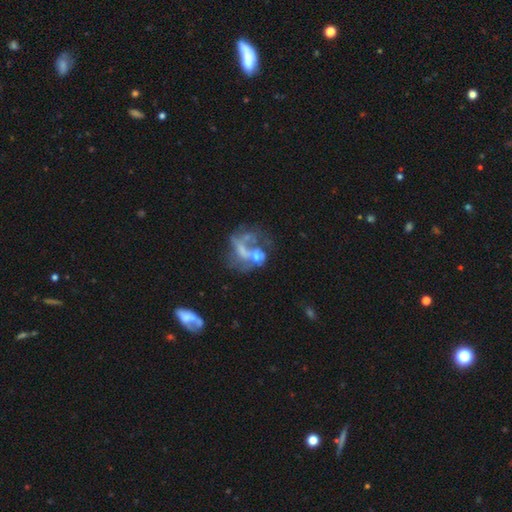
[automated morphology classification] This appears to be a featured or disk galaxy (66%) with no bar (77%), no spiral arms (71%) and no central bulge (53%). Merging: merger (35%).